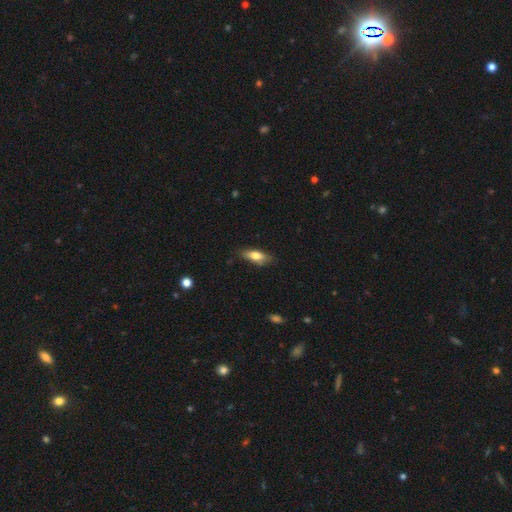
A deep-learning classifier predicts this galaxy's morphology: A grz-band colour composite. It shows a smooth galaxy with no disk features (72%) that is in between round and cigar-shaped (67%). Merging: none (77%).